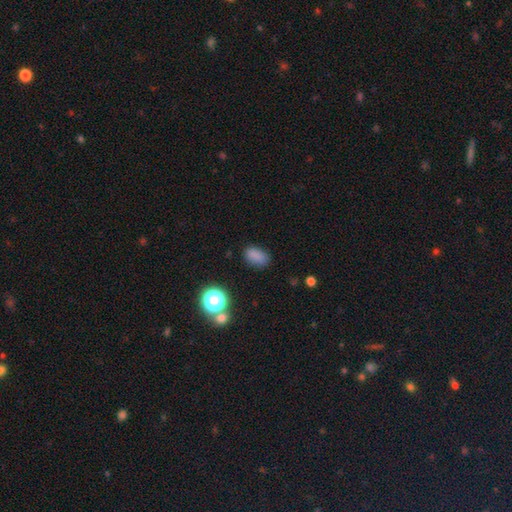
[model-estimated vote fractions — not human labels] Morphology: type=smooth (81%); roundness=in between (85%); merging=none (78%).